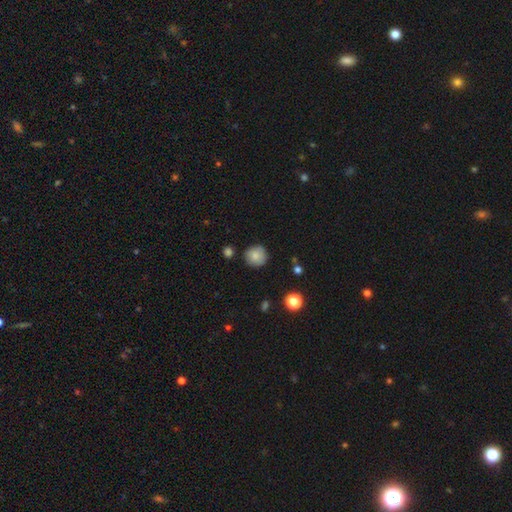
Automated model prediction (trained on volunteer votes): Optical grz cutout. It shows a smooth galaxy with no disk features (82%) that is round (93%). Merging: none (84%).